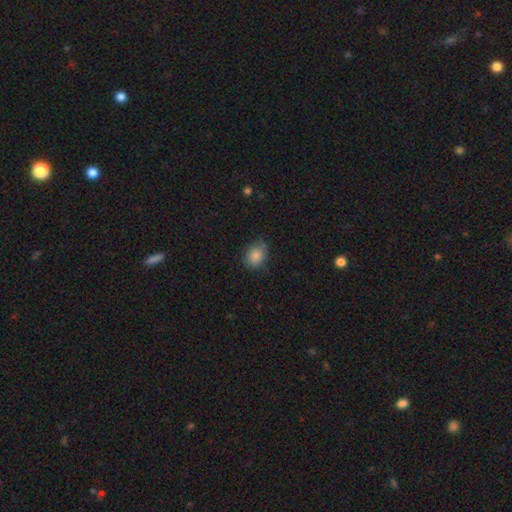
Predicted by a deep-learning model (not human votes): Morphology: type=smooth (86%); roundness=in between (70%); merging=none (76%).